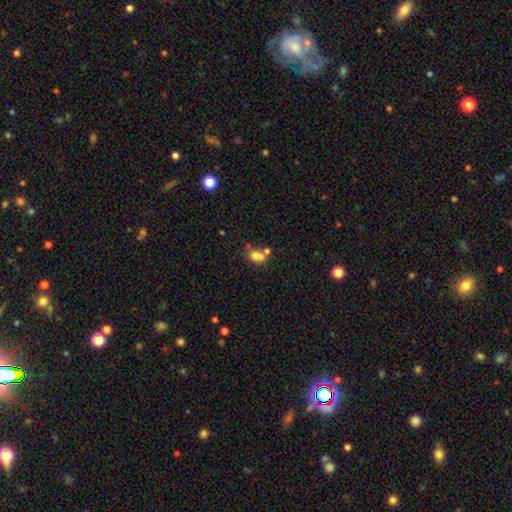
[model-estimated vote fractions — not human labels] Morphology: type=smooth (73%); roundness=in between (71%); merging=merger (46%).